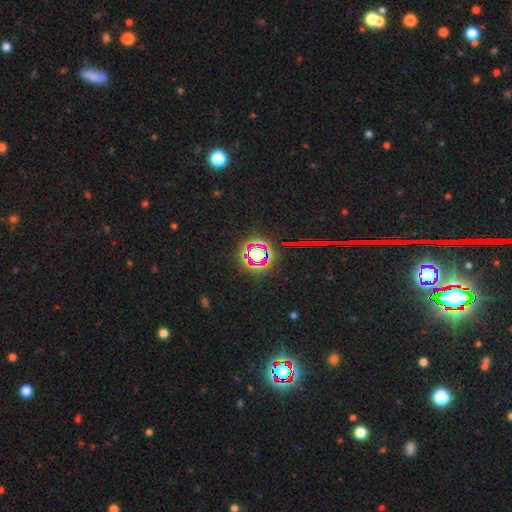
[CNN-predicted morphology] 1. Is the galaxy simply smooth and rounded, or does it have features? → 68% star or artifact, 20% smooth, 12% featured or disk.